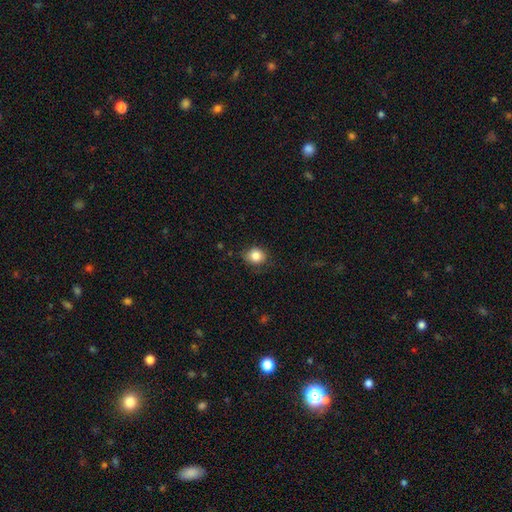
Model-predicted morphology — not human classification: smooth 84%, star or artifact 10%, featured or disk 6%. Down the decision tree: how rounded — round (73%); merging — none (79%).